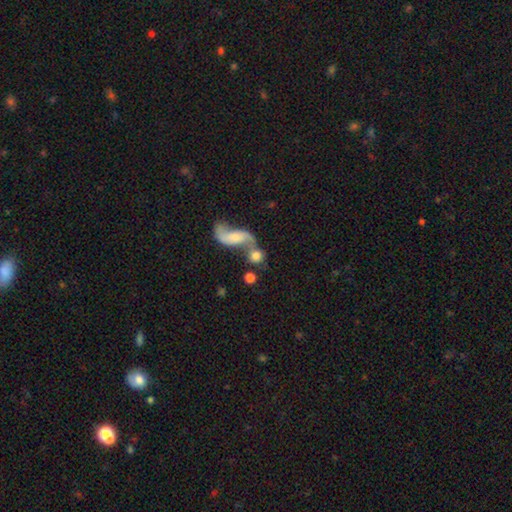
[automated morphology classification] Smooth or featured? smooth (59%)
How rounded? round (61%)
Merging? merger (52%)